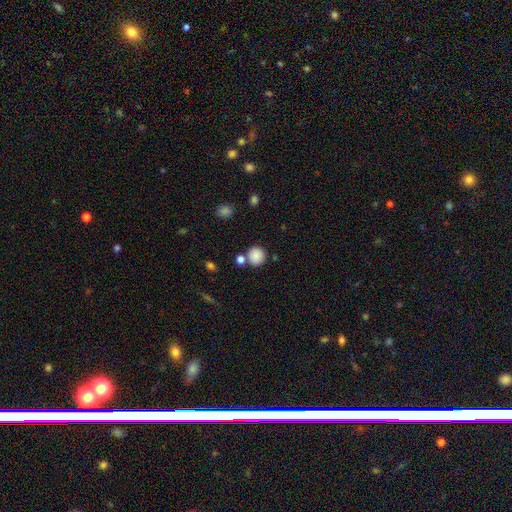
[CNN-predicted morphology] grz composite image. It shows a smooth galaxy with no disk features (86%) that is round (90%). Merging: none (73%).